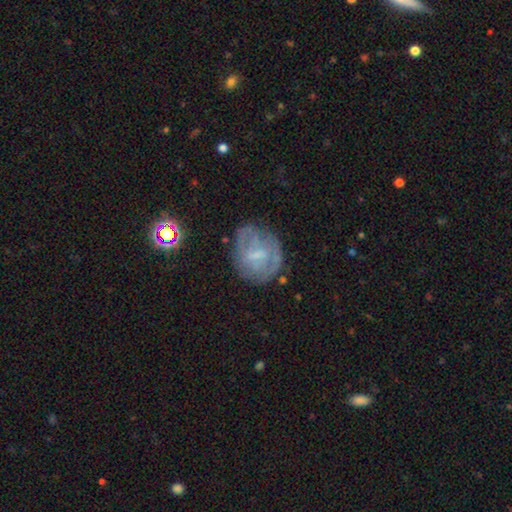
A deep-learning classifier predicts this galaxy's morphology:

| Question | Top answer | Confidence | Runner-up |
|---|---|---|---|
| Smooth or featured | featured or disk | 57% | smooth (30%) |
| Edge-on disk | no | 96% | yes (4%) |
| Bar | weak | 49% | no (35%) |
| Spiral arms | yes | 55% | no (45%) |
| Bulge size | small | 43% | none (30%) |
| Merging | none | 65% | minor disturbance (22%) |